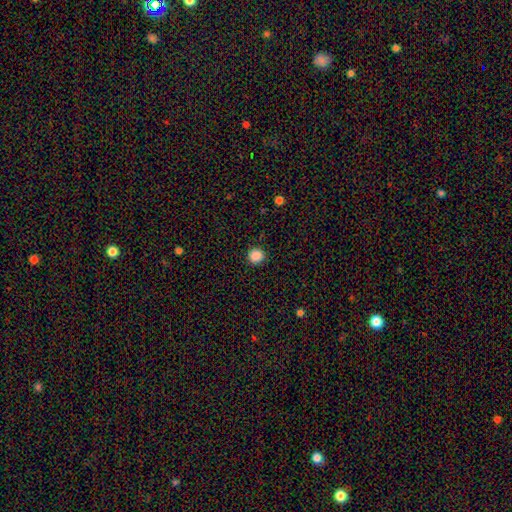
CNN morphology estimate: smooth 87%, star or artifact 11%, featured or disk 3%. Down the decision tree: how rounded — round (92%); merging — none (91%).